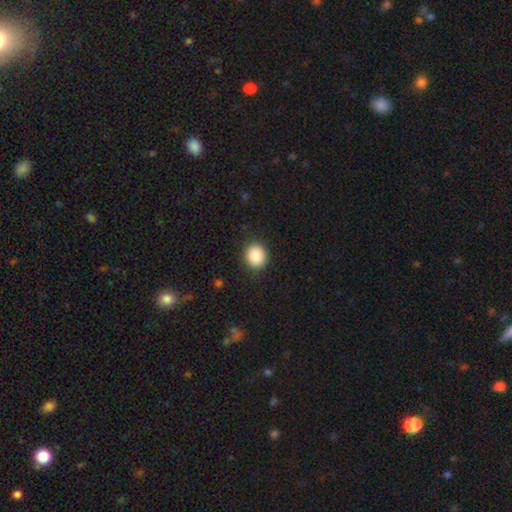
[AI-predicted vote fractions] smooth-or-featured: smooth: 87% | star or artifact: 9% | featured or disk: 5%
  how-rounded: round: 77% | in between: 22% | cigar-shaped: 1%
  merging: none: 89% | minor disturbance: 8% | major disturbance: 2% | merger: 1%